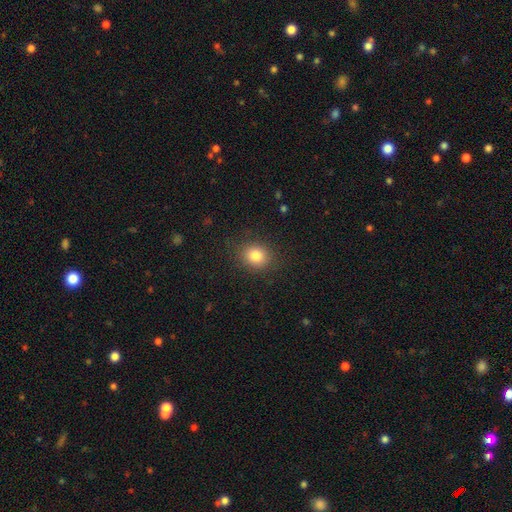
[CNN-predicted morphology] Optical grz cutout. It shows a smooth galaxy with no disk features (82%) that is round (70%). Merging: none (86%).